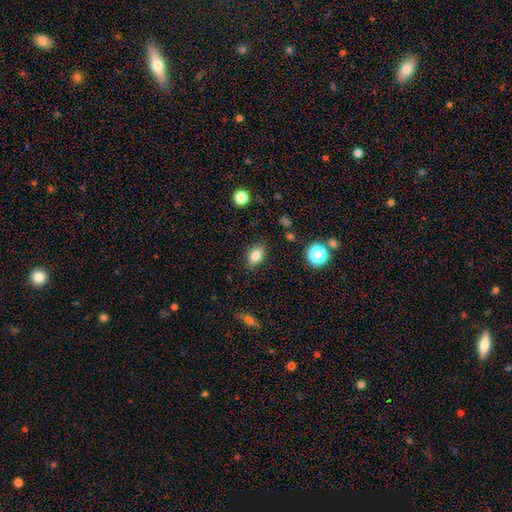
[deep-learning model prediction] Morphology: type=smooth (82%); roundness=in between (75%); merging=none (85%).